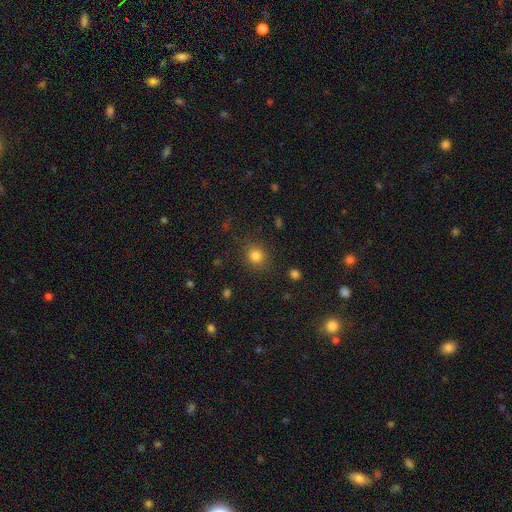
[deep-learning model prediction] A smooth galaxy with no disk features (81%) that is round (83%).

Vote fractions:
- Smooth or featured? smooth: 81% / star or artifact: 13% / featured or disk: 6%
- How rounded? round: 83% / in between: 16% / cigar-shaped: 1%
- Merging? none: 86% / minor disturbance: 9% / major disturbance: 3% / merger: 1%